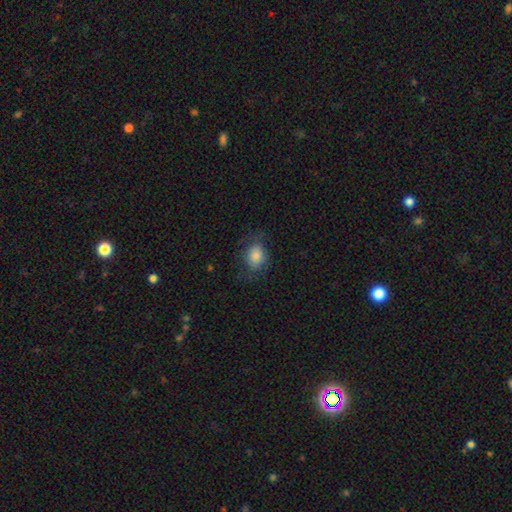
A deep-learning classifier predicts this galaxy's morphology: Smooth or featured? smooth (80%)
How rounded? in between (58%)
Merging? none (66%)